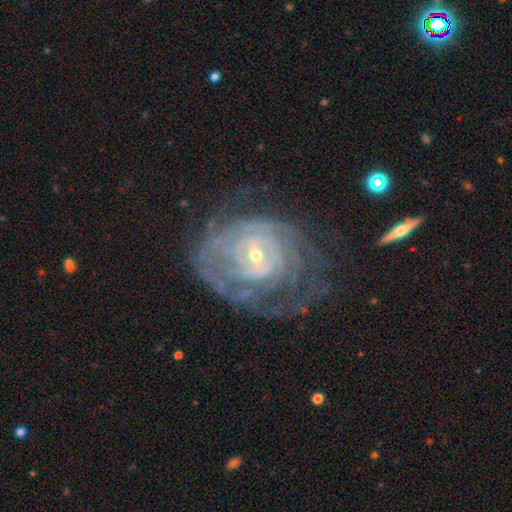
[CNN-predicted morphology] Overall: featured or disk (87%). Edge-on disk: no (97%). Bar: no (53%; weak 35%). Spiral arms: yes (93%). Spiral arm count: can't tell (44%; 2 16%). Spiral winding: tight (77%). Bulge size: small (70%). Merging: none (59%; minor disturbance 21%).